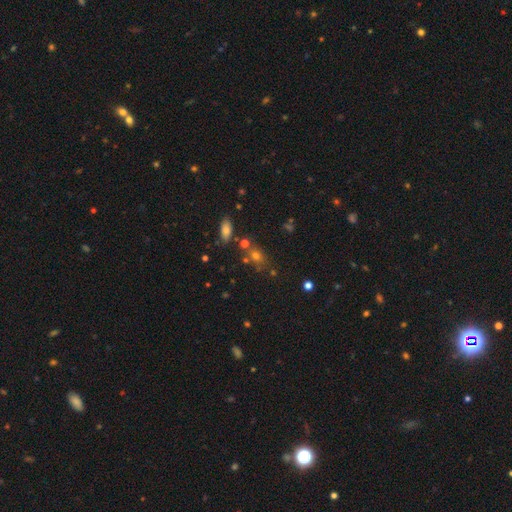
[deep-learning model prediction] smooth-or-featured: smooth: 63% | star or artifact: 24% | featured or disk: 13%
  how-rounded: in between: 55% | round: 40% | cigar-shaped: 4%
  merging: none: 66% | merger: 15% | minor disturbance: 13% | major disturbance: 5%